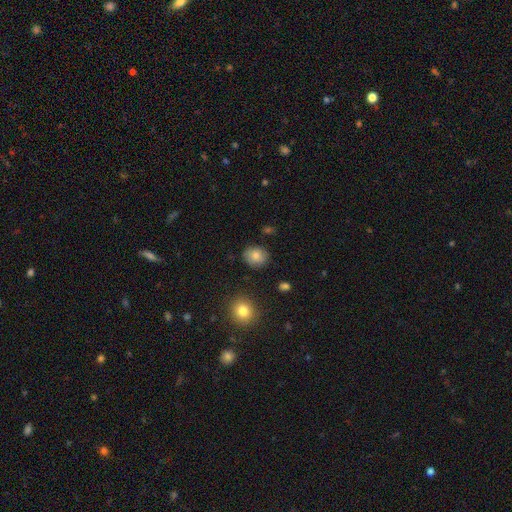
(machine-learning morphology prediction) smooth-or-featured: smooth: 82% | star or artifact: 10% | featured or disk: 8%
  how-rounded: round: 71% | in between: 28% | cigar-shaped: 1%
  merging: none: 86% | minor disturbance: 10% | major disturbance: 2% | merger: 2%